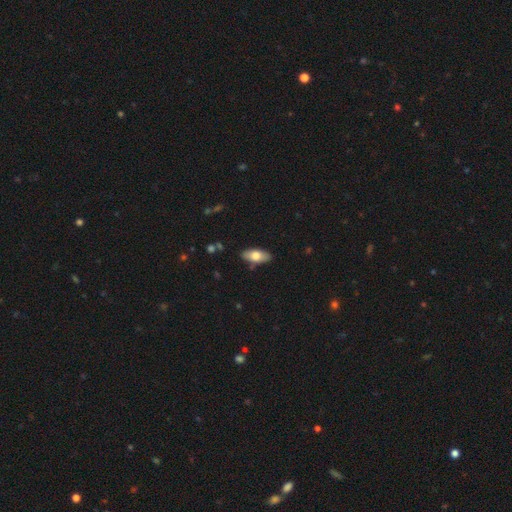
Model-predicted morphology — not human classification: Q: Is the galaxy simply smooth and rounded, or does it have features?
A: smooth — 72%.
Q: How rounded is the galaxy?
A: in between — 87%.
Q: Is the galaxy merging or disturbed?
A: none — 86%.